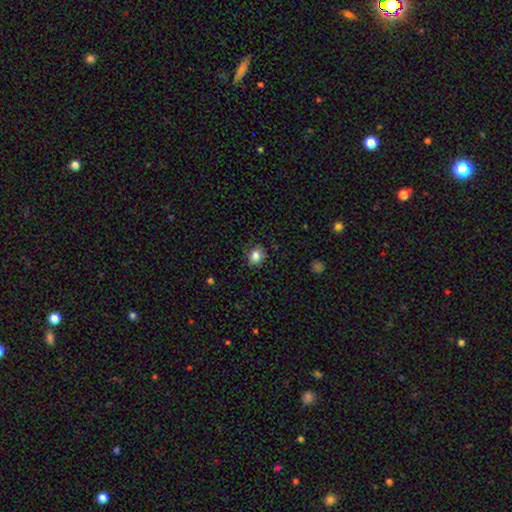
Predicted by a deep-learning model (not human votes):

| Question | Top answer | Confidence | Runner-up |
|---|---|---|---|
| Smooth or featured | smooth | 85% | star or artifact (10%) |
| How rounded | round | 61% | in between (38%) |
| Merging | none | 81% | minor disturbance (14%) |